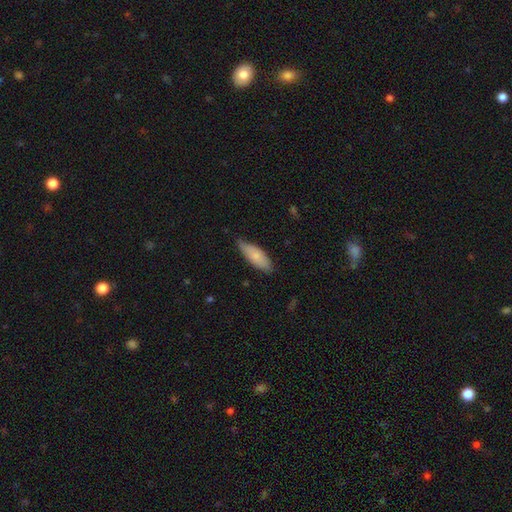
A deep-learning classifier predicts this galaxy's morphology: A smooth galaxy with no disk features (78%) that is in between round and cigar-shaped (69%). Merging: none (67%).